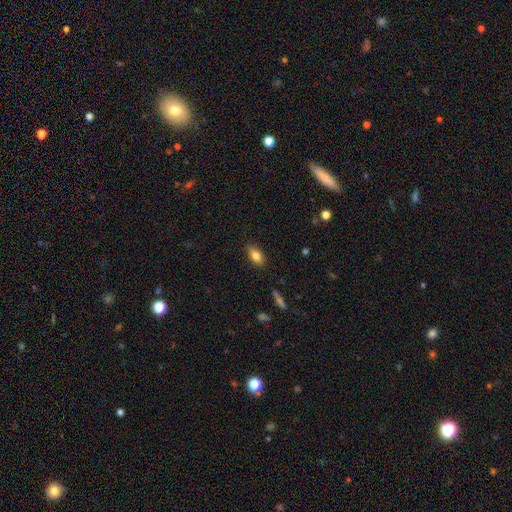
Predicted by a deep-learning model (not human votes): A smooth galaxy with no disk features (81%) that is in between round and cigar-shaped (87%).

Vote fractions:
- Smooth or featured? smooth: 81% / featured or disk: 11% / star or artifact: 8%
- How rounded? in between: 87% / cigar-shaped: 8% / round: 5%
- Merging? none: 86% / minor disturbance: 10% / major disturbance: 2% / merger: 1%